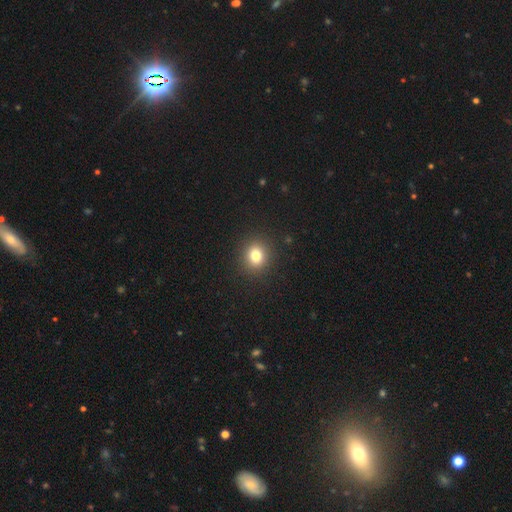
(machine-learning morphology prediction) type=smooth (80%); roundness=round (77%); merging=none (91%).